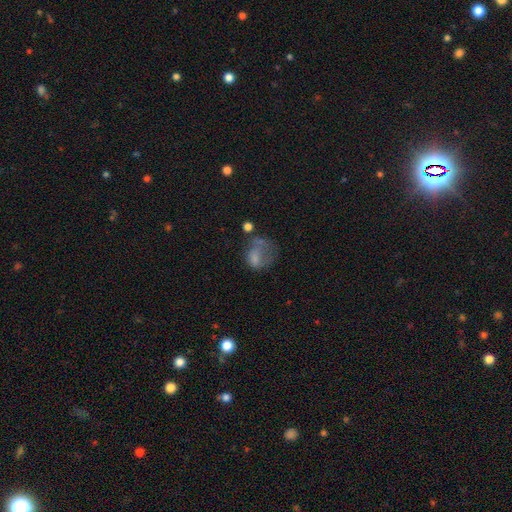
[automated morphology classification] Smooth or featured? Predicted: smooth (p=0.57). How rounded? Predicted: in between (p=0.58). Merging? Predicted: major disturbance (p=0.44).